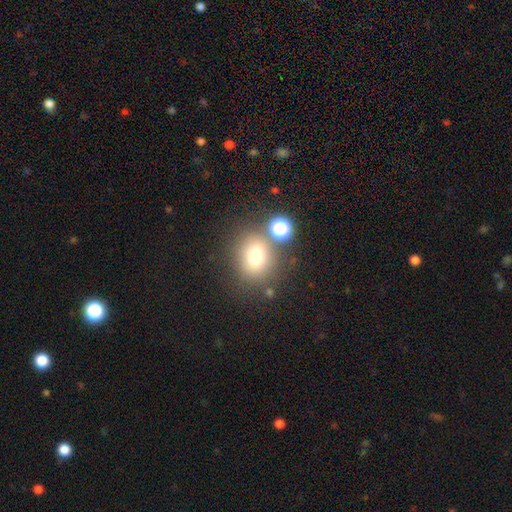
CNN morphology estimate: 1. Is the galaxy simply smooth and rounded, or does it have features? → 73% smooth, 16% star or artifact, 11% featured or disk.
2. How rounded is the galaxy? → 77% round, 22% in between, 1% cigar-shaped.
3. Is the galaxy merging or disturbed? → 72% none, 12% merger, 11% minor disturbance, 5% major disturbance.